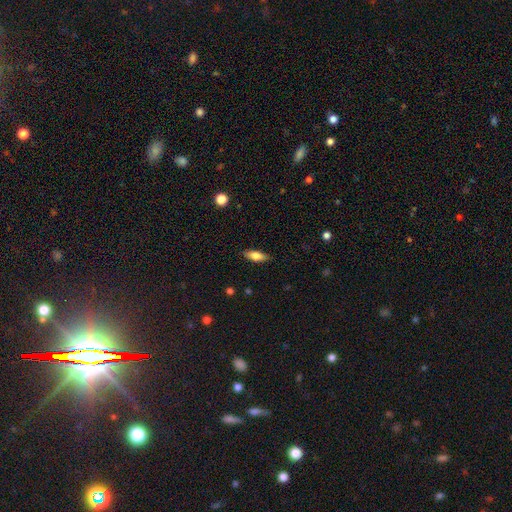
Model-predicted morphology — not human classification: smooth-or-featured: smooth: 75% | featured or disk: 18% | star or artifact: 7%
  how-rounded: in between: 71% | cigar-shaped: 26% | round: 3%
  merging: none: 87% | minor disturbance: 10% | major disturbance: 2% | merger: 1%